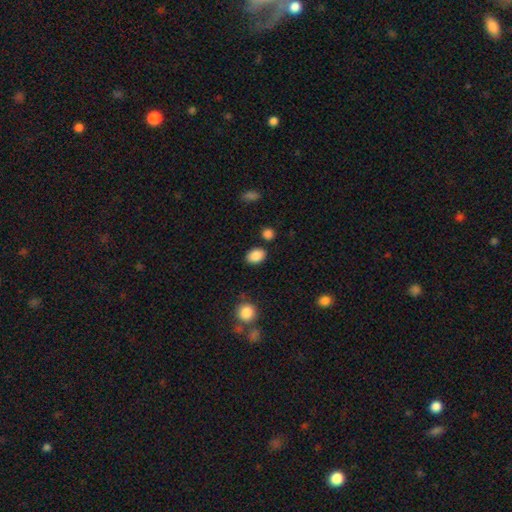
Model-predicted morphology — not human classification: smooth 88%, star or artifact 8%, featured or disk 4%. Down the decision tree: how rounded — in between (77%); merging — none (83%).